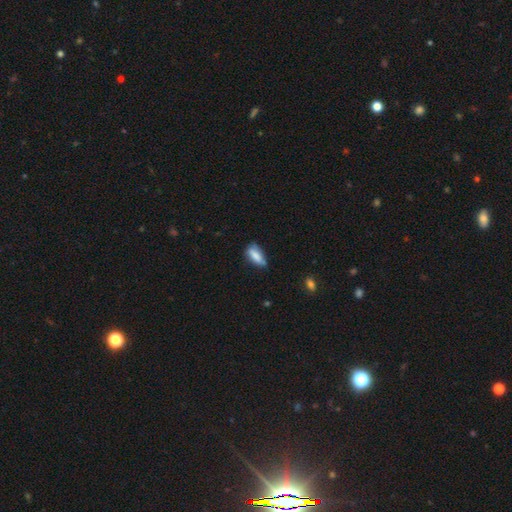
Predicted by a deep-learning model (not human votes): smooth 80%, featured or disk 13%, star or artifact 8%. Down the decision tree: how rounded — in between (76%); merging — none (52%).